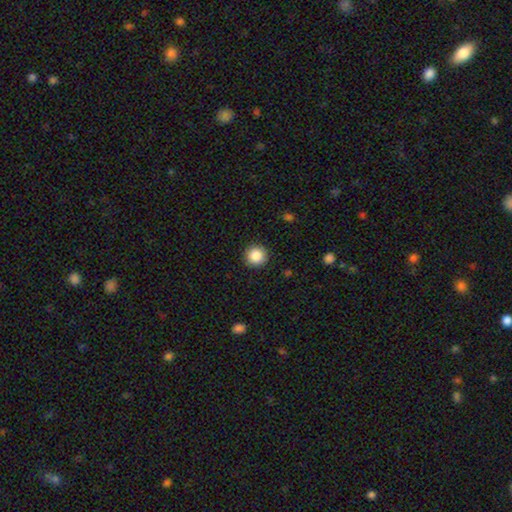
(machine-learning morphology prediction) smooth_or_featured: smooth (p=0.87) [alt: star or artifact p=0.09]
how_rounded: round (p=0.95) [alt: in between p=0.04]
merging: none (p=0.92) [alt: minor disturbance p=0.05]